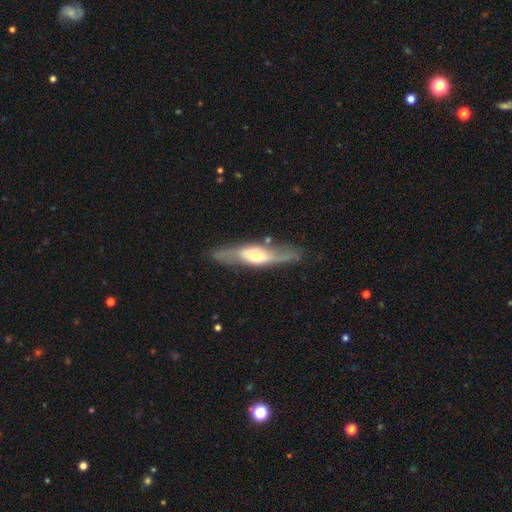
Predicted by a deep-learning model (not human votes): Smooth or featured?
  - featured or disk: 68% *
  - smooth: 27%
  - star or artifact: 6%
Edge-on disk?
  - yes: 53% *
  - no: 47%
Merging?
  - none: 71% *
  - minor disturbance: 17%
  - major disturbance: 8%
  - merger: 3%